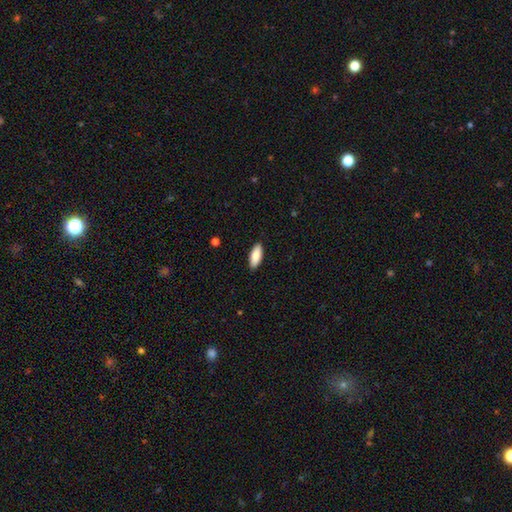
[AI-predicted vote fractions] Smooth or featured: smooth — 87% (featured or disk — 8%)
How rounded: in between — 80% (cigar-shaped — 18%)
Merging: none — 89% (minor disturbance — 8%)